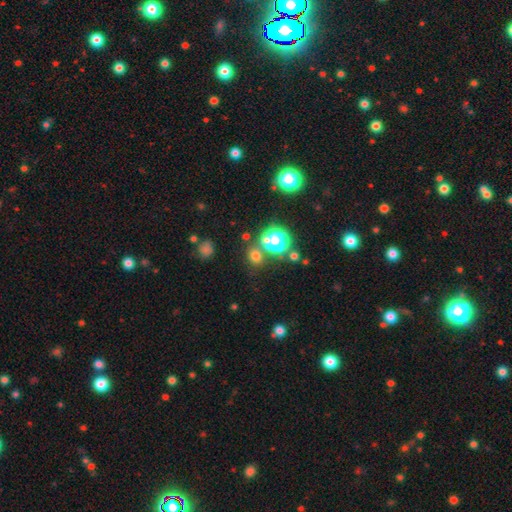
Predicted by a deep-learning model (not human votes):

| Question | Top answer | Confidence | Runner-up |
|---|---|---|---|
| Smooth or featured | smooth | 63% | star or artifact (30%) |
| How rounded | round | 71% | in between (28%) |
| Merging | none | 75% | merger (12%) |